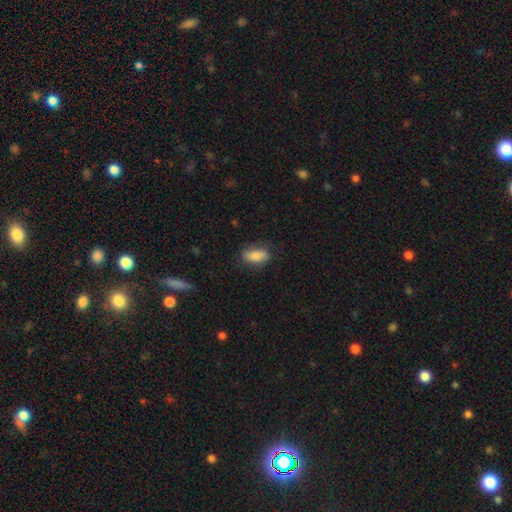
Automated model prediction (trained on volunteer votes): Q: Smooth or featured?
A: smooth (78%); runner-up: featured or disk (14%)
Q: How rounded?
A: in between (87%); runner-up: cigar-shaped (8%)
Q: Merging?
A: none (77%); runner-up: minor disturbance (18%)